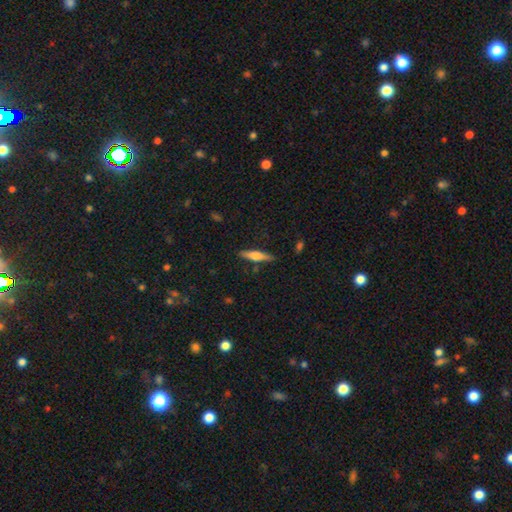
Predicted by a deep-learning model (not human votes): Smooth or featured: featured or disk — 47% (tied with smooth — 47%)
Merging: none — 86% (minor disturbance — 10%)